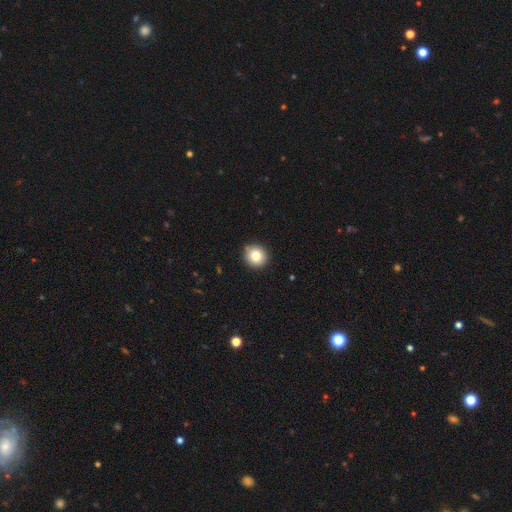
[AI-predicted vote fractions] smooth 82%, star or artifact 10%, featured or disk 8%. Down the decision tree: how rounded — round (92%); merging — none (90%).